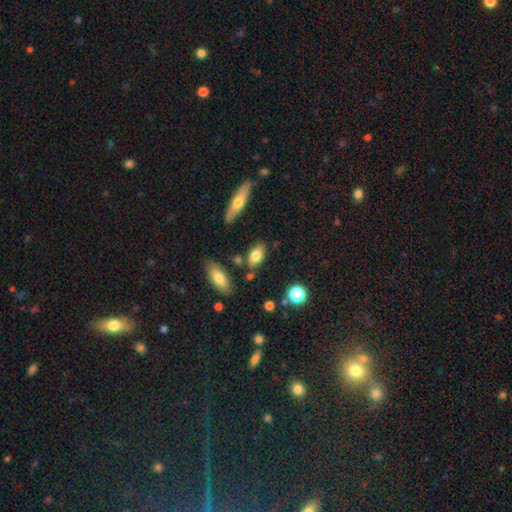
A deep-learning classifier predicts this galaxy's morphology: A smooth galaxy with no disk features (78%) that is in between round and cigar-shaped (87%). Merging: none (76%).